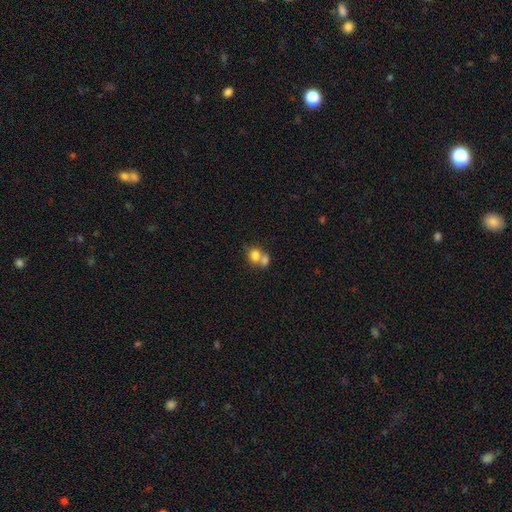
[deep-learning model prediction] smooth 78%, featured or disk 13%, star or artifact 9%. Down the decision tree: how rounded — round (63%); merging — merger (61%).